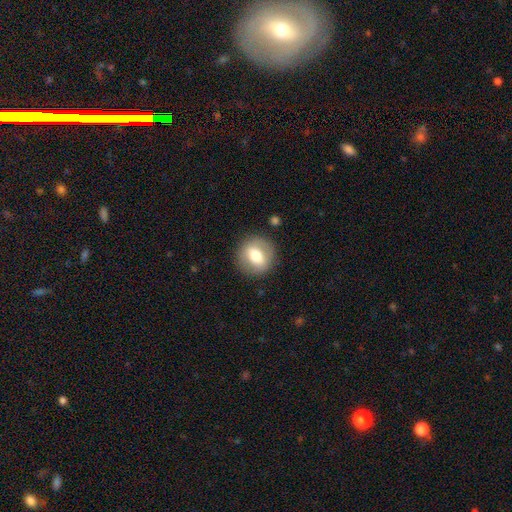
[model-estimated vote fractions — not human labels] A smooth galaxy with no disk features (63%) that is round (82%).

Vote fractions:
- Smooth or featured? smooth: 63% / featured or disk: 29% / star or artifact: 8%
- How rounded? round: 82% / in between: 16% / cigar-shaped: 1%
- Merging? none: 86% / minor disturbance: 9% / major disturbance: 3% / merger: 1%